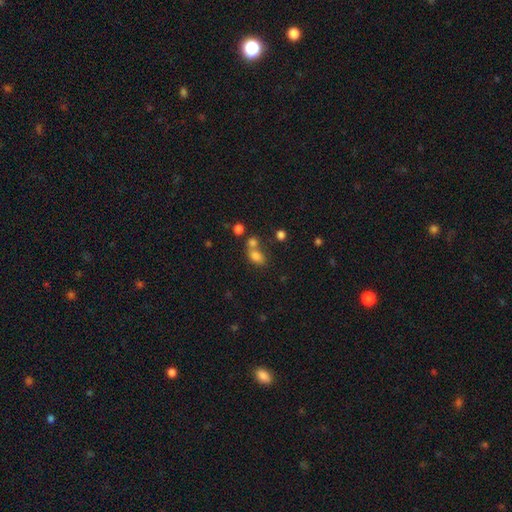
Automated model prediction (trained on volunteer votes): This is likely a smooth galaxy (78%). How rounded: likely in between (75%). Merging: marginally merger (44%).